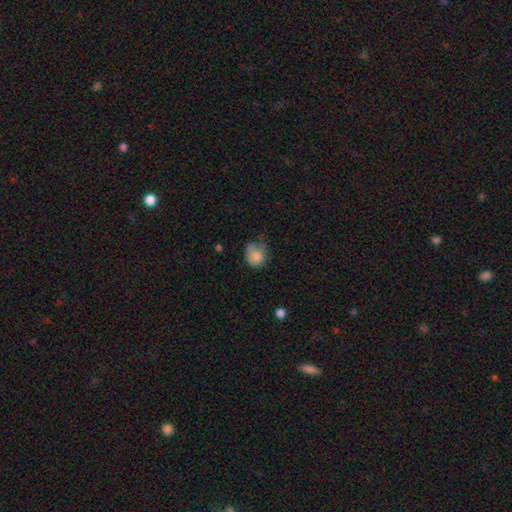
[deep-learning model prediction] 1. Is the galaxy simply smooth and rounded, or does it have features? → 80% smooth, 11% featured or disk, 9% star or artifact.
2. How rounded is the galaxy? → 68% round, 31% in between, 1% cigar-shaped.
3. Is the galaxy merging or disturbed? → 39% minor disturbance, 34% none, 24% major disturbance, 3% merger.